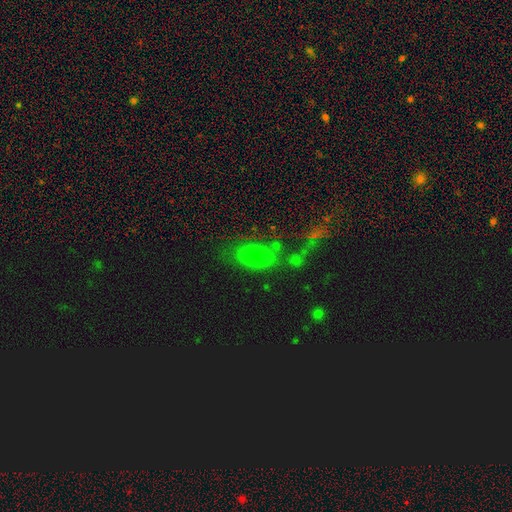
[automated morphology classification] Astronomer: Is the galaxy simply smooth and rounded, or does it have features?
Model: smooth — 70%.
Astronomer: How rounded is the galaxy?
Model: in between — 79%.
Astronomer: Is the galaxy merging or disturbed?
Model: none — 59%.